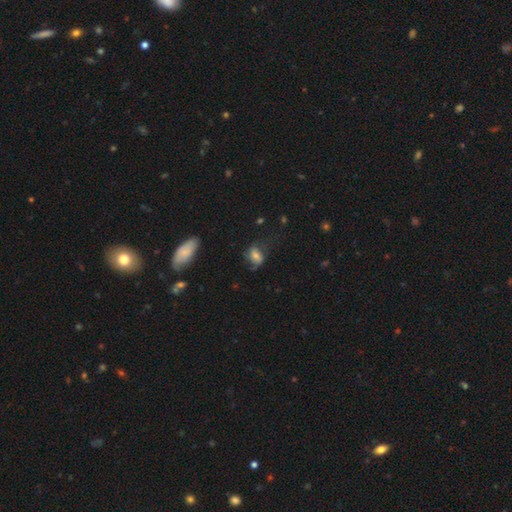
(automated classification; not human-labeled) Smooth or featured? Predicted: smooth (p=0.54). How rounded? Predicted: in between (p=0.75). Merging? Predicted: none (p=0.46).